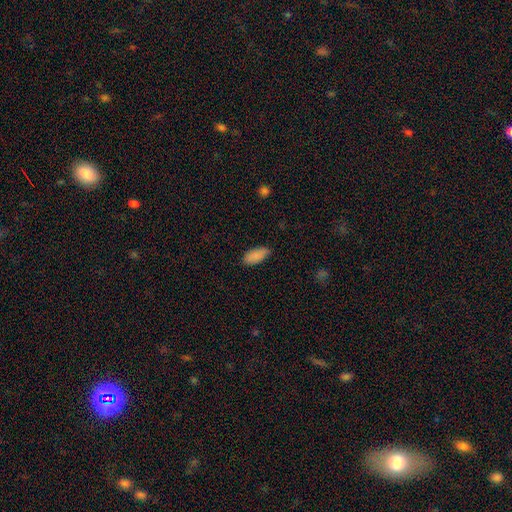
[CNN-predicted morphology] The model was most divided on "merging": none: 83%, minor disturbance: 14%, major disturbance: 2%, merger: 1%. More confident: smooth or featured — smooth (88%); how rounded — in between (88%).